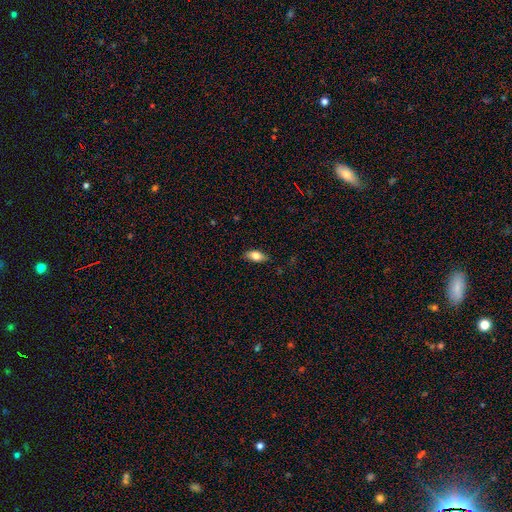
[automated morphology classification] This appears to be a smooth galaxy with no disk features (76%) that is in between round and cigar-shaped (86%). Merging: none (84%).